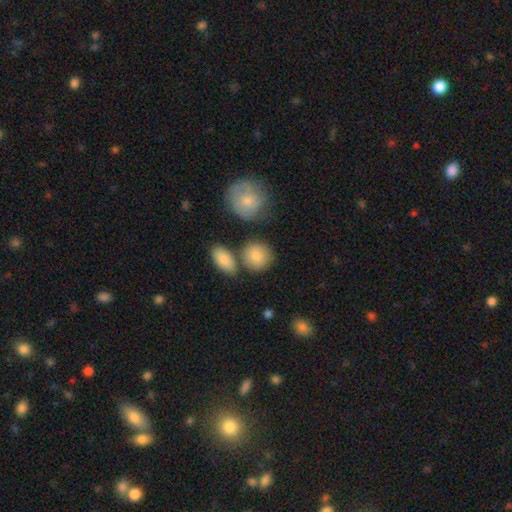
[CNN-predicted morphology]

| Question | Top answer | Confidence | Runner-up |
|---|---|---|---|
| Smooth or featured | smooth | 84% | featured or disk (9%) |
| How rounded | round | 80% | in between (18%) |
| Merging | none | 70% | merger (13%) |